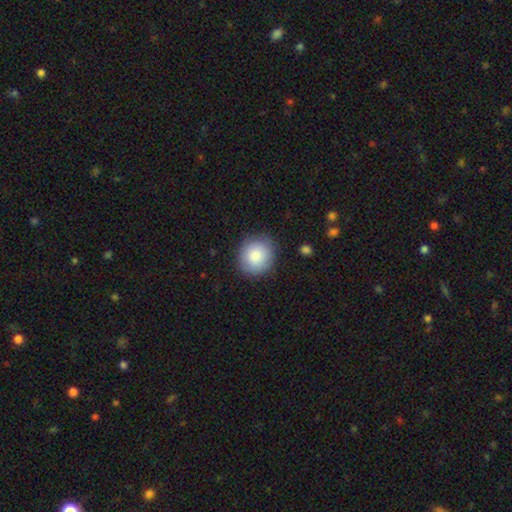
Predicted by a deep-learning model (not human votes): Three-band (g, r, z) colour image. It shows a smooth galaxy with no disk features (87%) that is round (85%). Merging: none (87%).